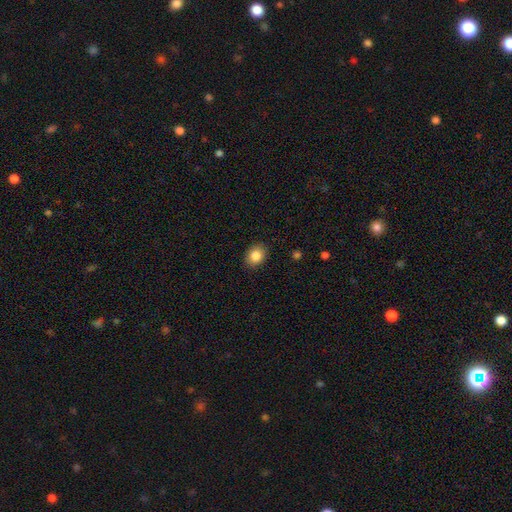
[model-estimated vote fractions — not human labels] This is clearly a smooth galaxy (85%). How rounded: possibly in between (58%). Merging: clearly none (87%).